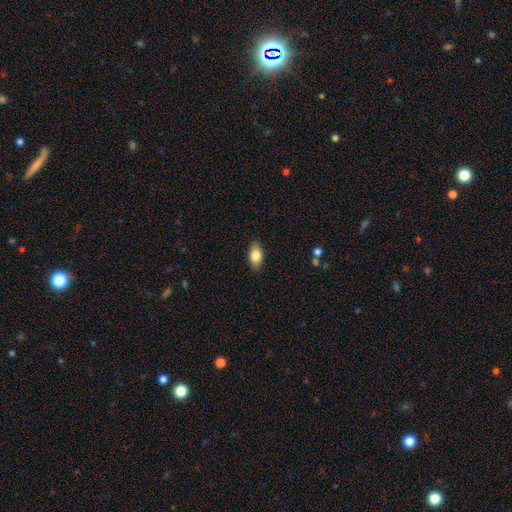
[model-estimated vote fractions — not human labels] smooth_or_featured: smooth (p=0.78) [alt: featured or disk p=0.15]
how_rounded: in between (p=0.89) [alt: cigar-shaped p=0.06]
merging: none (p=0.88) [alt: minor disturbance p=0.09]